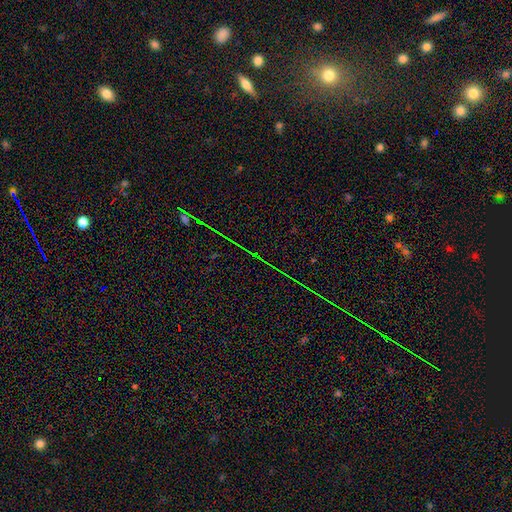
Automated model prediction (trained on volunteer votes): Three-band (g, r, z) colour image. It shows a star or artifact, not a galaxy (80%).